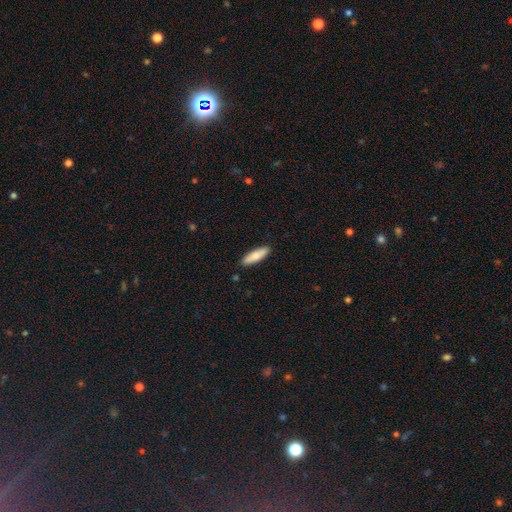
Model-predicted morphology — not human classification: type=smooth (79%); roundness=cigar-shaped (56%); merging=none (90%).